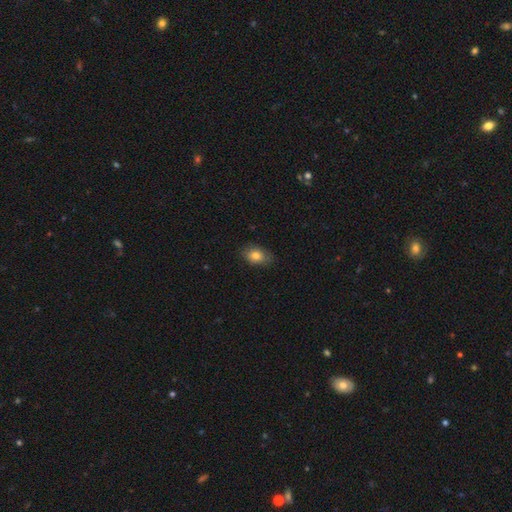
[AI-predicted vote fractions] Smooth or featured? smooth (81%)
How rounded? in between (80%)
Merging? none (79%)